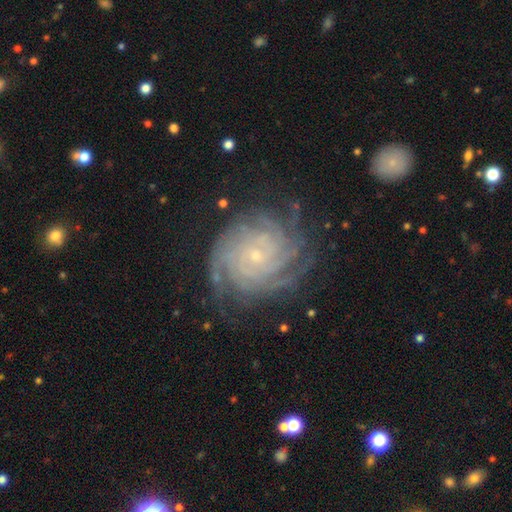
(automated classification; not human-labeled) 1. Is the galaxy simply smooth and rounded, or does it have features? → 89% featured or disk, 6% star or artifact, 5% smooth.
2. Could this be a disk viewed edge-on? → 98% no, 2% yes.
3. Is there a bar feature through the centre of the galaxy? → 77% no, 18% weak, 6% strong.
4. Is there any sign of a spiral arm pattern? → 98% yes, 2% no.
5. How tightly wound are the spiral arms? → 82% tight, 15% medium, 3% loose.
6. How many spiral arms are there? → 27% more than 4, 26% 4, 20% can't tell, 12% 3, 9% 2, 7% 1.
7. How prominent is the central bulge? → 85% small, 11% moderate, 2% none, 1% large, 1% dominant.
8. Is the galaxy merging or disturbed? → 75% none, 16% minor disturbance, 7% major disturbance, 2% merger.